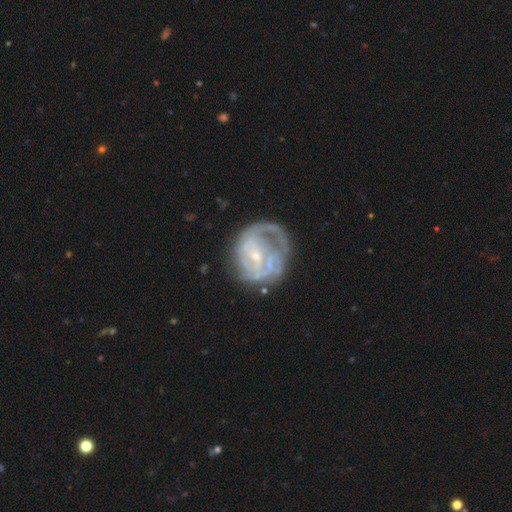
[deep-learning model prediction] A featured or disk galaxy (77%) with no bar (45%), tight (50%) spiral arms (74%) and a small central bulge (72%).

Vote fractions:
- Smooth or featured? featured or disk: 77% / smooth: 15% / star or artifact: 8%
- Edge-on disk? no: 98% / yes: 2%
- Bar? no: 45% / weak: 42% / strong: 12%
- Spiral arms? yes: 74% / no: 26%
- Spiral winding? tight: 50% / medium: 34% / loose: 16%
- Spiral arm count? can't tell: 45% / 2: 23% / 1: 11% / 3: 11% / 4: 5% / more than 4: 4%
- Bulge size? small: 72% / moderate: 20% / none: 5% / large: 2% / dominant: 1%
- Merging? none: 46% / major disturbance: 28% / minor disturbance: 22% / merger: 3%